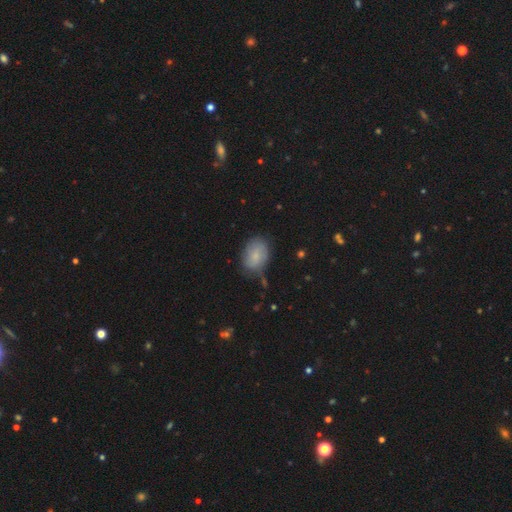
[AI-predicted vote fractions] A smooth galaxy with no disk features (70%) that is in between round and cigar-shaped (77%).

Vote fractions:
- Smooth or featured? smooth: 70% / featured or disk: 22% / star or artifact: 8%
- How rounded? in between: 77% / round: 21% / cigar-shaped: 1%
- Merging? none: 65% / minor disturbance: 25% / major disturbance: 7% / merger: 3%